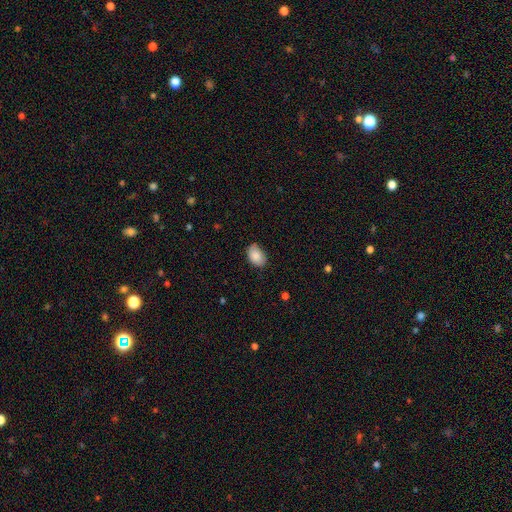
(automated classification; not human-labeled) The model was most divided on "merging": none: 77%, minor disturbance: 19%, major disturbance: 3%, merger: 1%. More confident: smooth or featured — smooth (87%); how rounded — in between (86%).